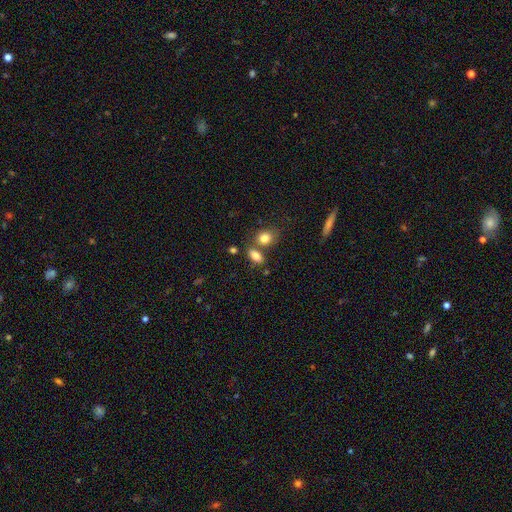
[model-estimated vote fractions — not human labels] Morphology: type=smooth (83%); roundness=in between (81%); merging=none (60%).